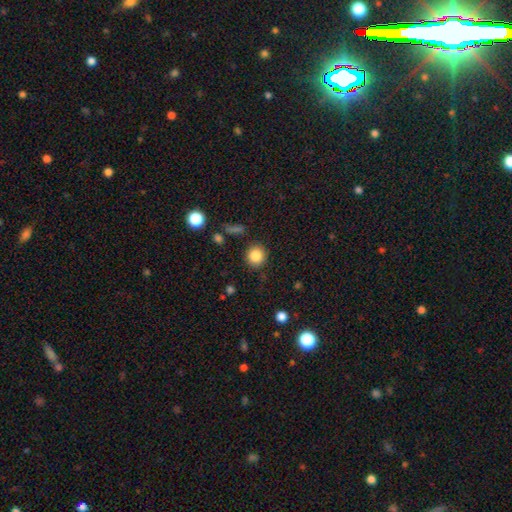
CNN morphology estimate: smooth 86%, star or artifact 10%, featured or disk 4%. Down the decision tree: how rounded — round (89%); merging — none (87%).